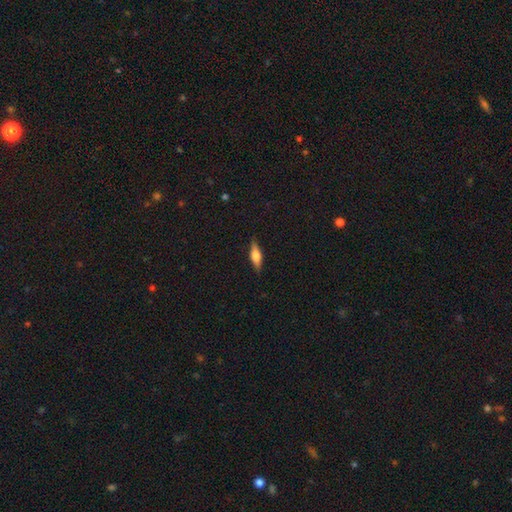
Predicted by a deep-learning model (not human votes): Overall: featured or disk (49%; smooth 44%). Merging: none (88%).